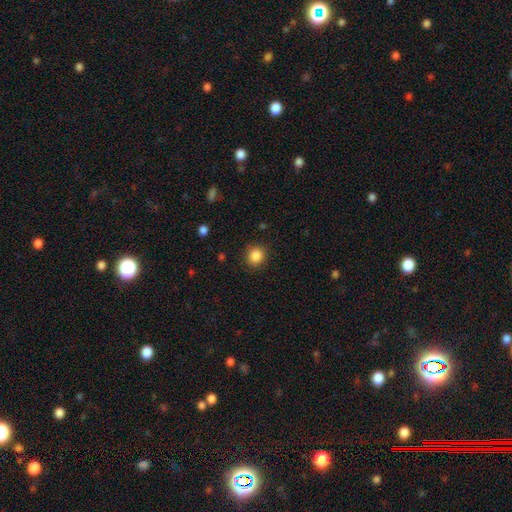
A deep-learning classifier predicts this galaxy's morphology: Overall: smooth (87%). How rounded: round (86%). Merging: none (88%).